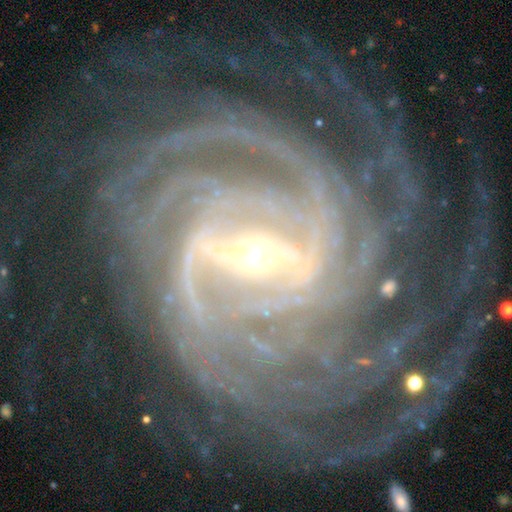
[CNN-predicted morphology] Overall: featured or disk (94%). Edge-on disk: no (98%). Bar: strong (65%; weak 27%). Spiral arms: yes (99%). Spiral arm count: 4 (29%; more than 4 24%). Spiral winding: tight (74%). Bulge size: small (67%; moderate 28%). Merging: none (74%).